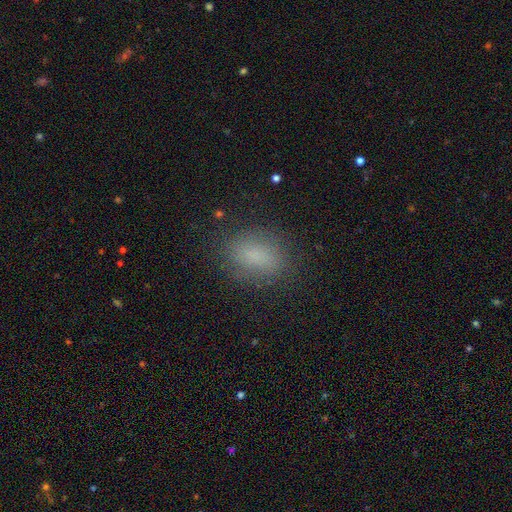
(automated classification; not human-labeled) smooth-or-featured: smooth: 81% | star or artifact: 12% | featured or disk: 8%
  how-rounded: in between: 79% | round: 18% | cigar-shaped: 3%
  merging: none: 83% | minor disturbance: 12% | major disturbance: 4% | merger: 1%